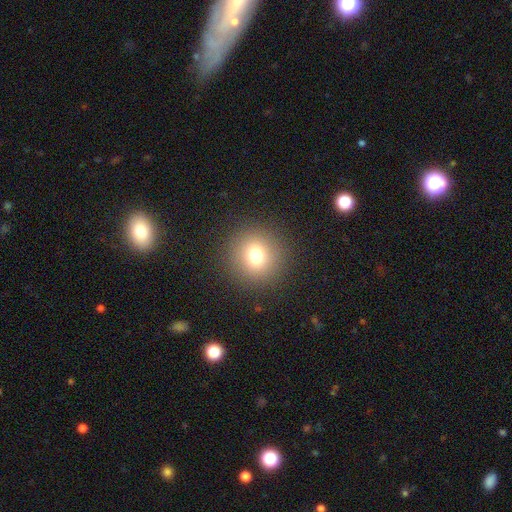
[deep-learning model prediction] Q: Smooth or featured?
A: smooth (75%); runner-up: star or artifact (15%)
Q: How rounded?
A: round (94%); runner-up: in between (5%)
Q: Merging?
A: none (91%); runner-up: minor disturbance (5%)